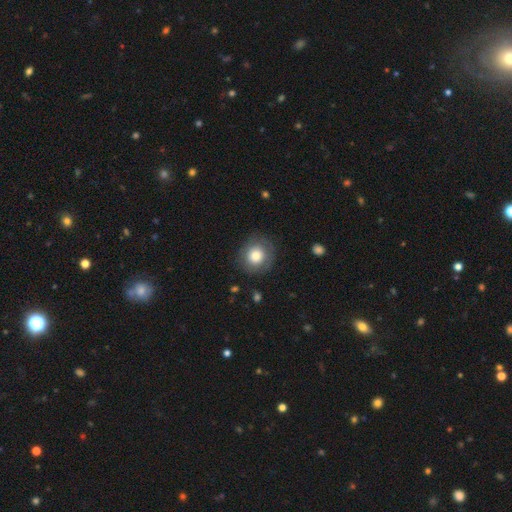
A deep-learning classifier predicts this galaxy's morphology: Smooth or featured? Predicted: smooth (p=0.77). How rounded? Predicted: round (p=0.88). Merging? Predicted: none (p=0.83).